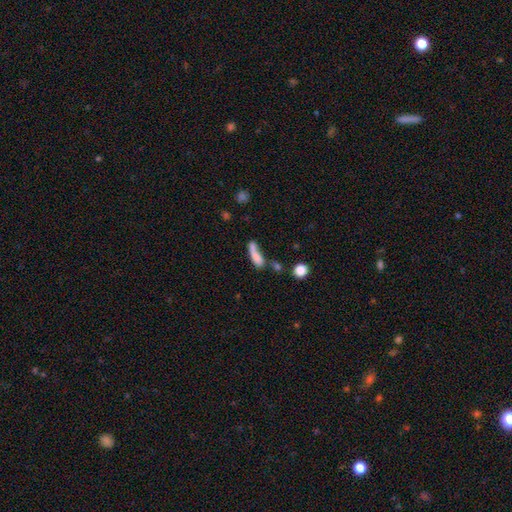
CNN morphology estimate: smooth-or-featured: smooth: 69% | featured or disk: 21% | star or artifact: 10%
  how-rounded: cigar-shaped: 57% | in between: 38% | round: 5%
  merging: none: 32% | merger: 30% | major disturbance: 20% | minor disturbance: 18%